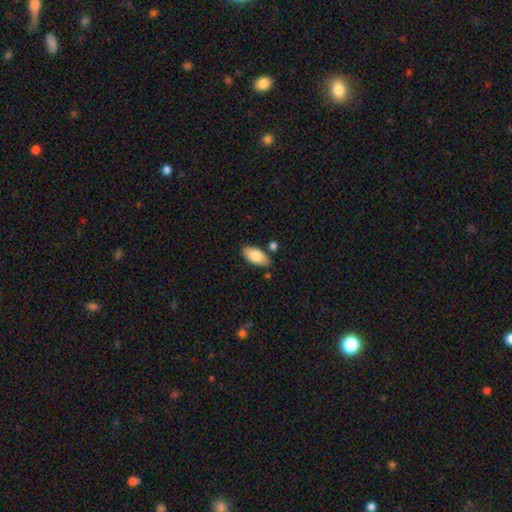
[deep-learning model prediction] Morphology: type=smooth (83%); roundness=in between (92%); merging=none (81%).